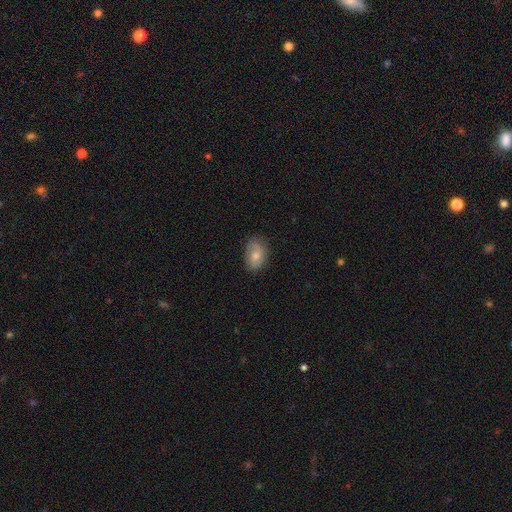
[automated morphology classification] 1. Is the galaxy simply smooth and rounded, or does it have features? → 66% smooth, 24% featured or disk, 10% star or artifact.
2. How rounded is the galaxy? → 83% in between, 16% round, 2% cigar-shaped.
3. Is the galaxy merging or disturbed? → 78% none, 17% minor disturbance, 3% major disturbance, 1% merger.